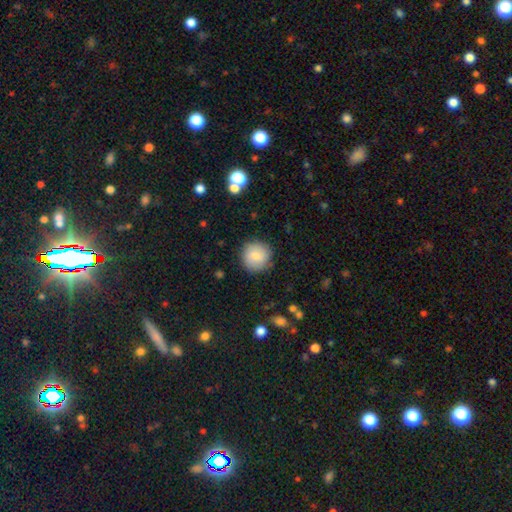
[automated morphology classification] A smooth galaxy with no disk features (80%) that is round (94%).

Vote fractions:
- Smooth or featured? smooth: 80% / featured or disk: 11% / star or artifact: 8%
- How rounded? round: 94% / in between: 5% / cigar-shaped: 1%
- Merging? none: 87% / minor disturbance: 9% / major disturbance: 3% / merger: 1%